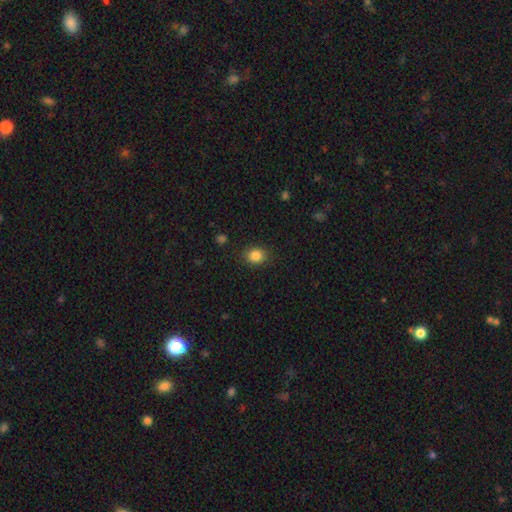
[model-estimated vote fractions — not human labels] Smooth or featured?
  - smooth: 85% *
  - star or artifact: 11%
  - featured or disk: 5%
How rounded?
  - round: 70% *
  - in between: 29%
  - cigar-shaped: 1%
Merging?
  - none: 87% *
  - minor disturbance: 9%
  - major disturbance: 3%
  - merger: 1%